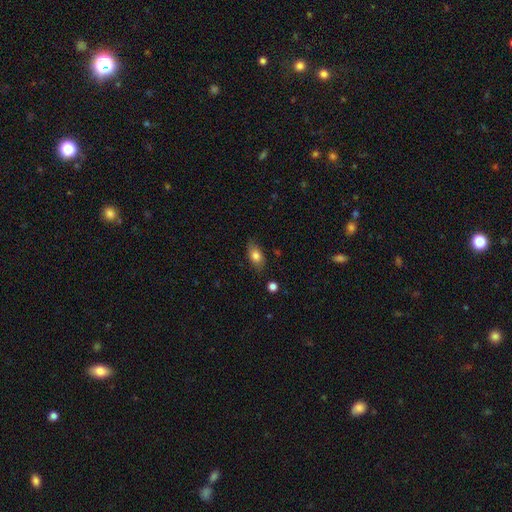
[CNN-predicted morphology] Smooth or featured? smooth (79%)
How rounded? in between (84%)
Merging? none (79%)